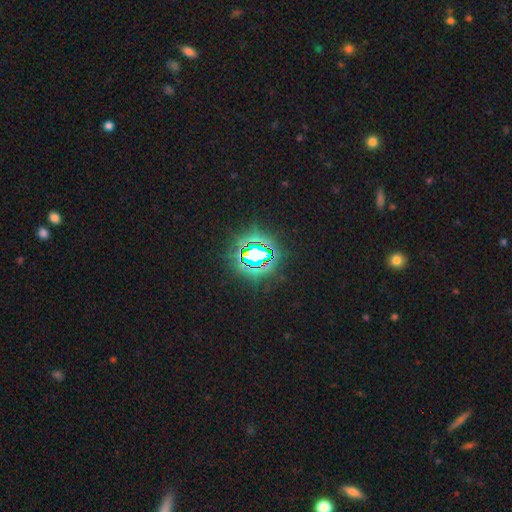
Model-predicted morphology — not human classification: Q: Smooth or featured?
A: star or artifact (77%); runner-up: smooth (13%)